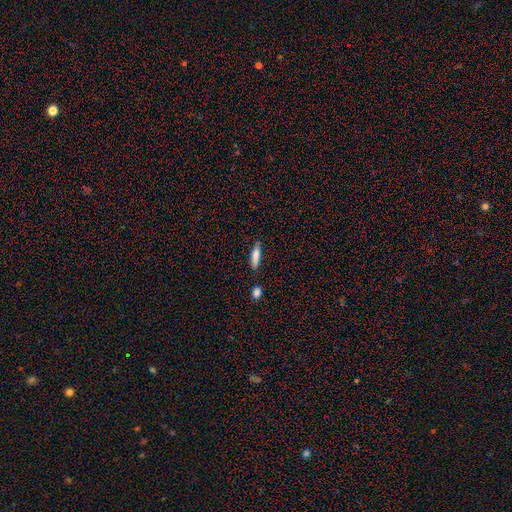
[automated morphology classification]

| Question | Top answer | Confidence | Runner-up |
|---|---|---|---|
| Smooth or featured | smooth | 79% | featured or disk (14%) |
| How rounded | cigar-shaped | 71% | in between (27%) |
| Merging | none | 80% | minor disturbance (14%) |